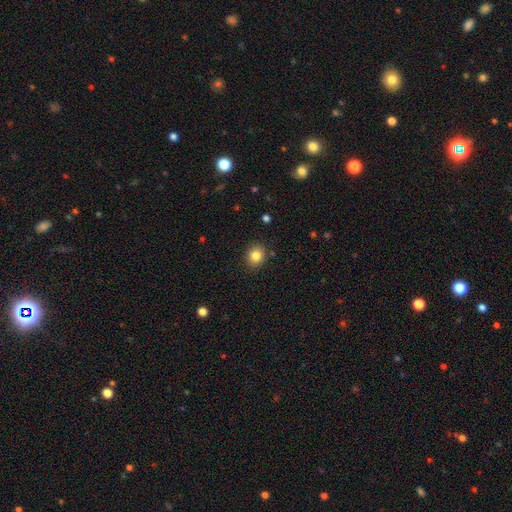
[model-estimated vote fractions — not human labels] Morphology: type=smooth (83%); roundness=round (72%); merging=none (88%).